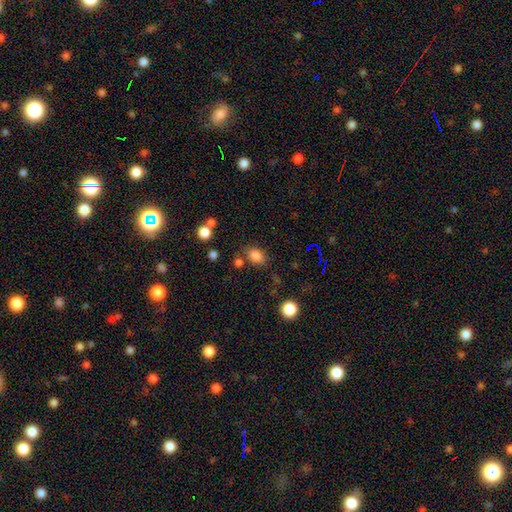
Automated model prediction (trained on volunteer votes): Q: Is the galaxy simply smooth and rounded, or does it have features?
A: smooth — 83%.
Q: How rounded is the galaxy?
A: in between — 74%.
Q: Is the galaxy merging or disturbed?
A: none — 72%.